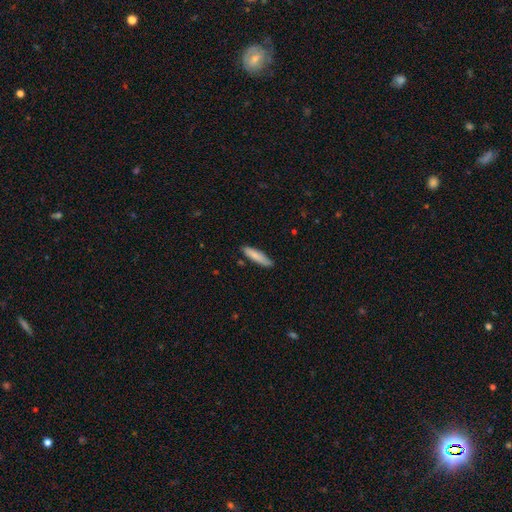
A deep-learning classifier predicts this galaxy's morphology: A smooth galaxy with no disk features (82%) that is cigar-shaped (78%). Merging: none (83%).